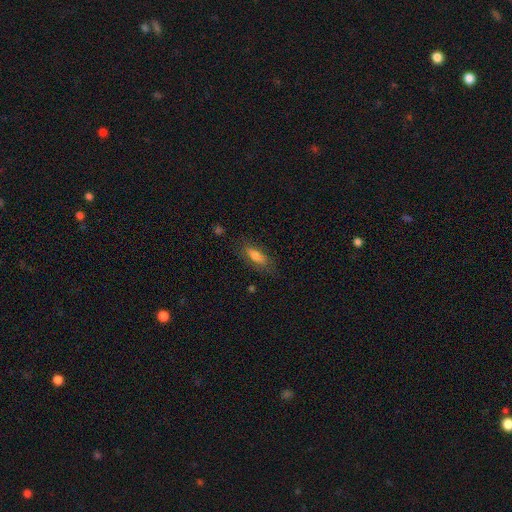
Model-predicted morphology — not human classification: smooth_or_featured: smooth (p=0.71) [alt: featured or disk p=0.21]
how_rounded: in between (p=0.55) [alt: cigar-shaped p=0.43]
merging: none (p=0.77) [alt: minor disturbance p=0.16]